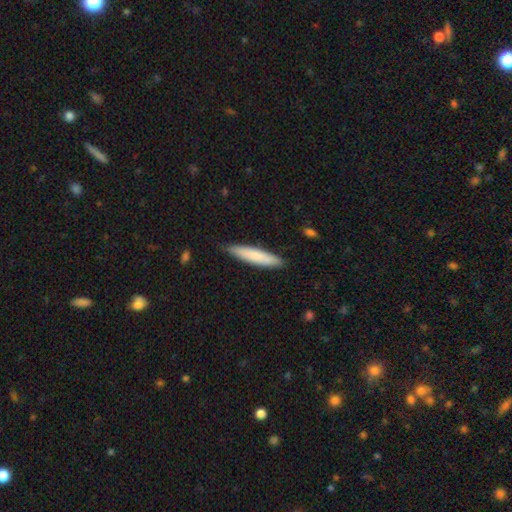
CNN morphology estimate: Smooth or featured? Predicted: smooth (p=0.79). How rounded? Predicted: cigar-shaped (p=0.88). Merging? Predicted: none (p=0.86).